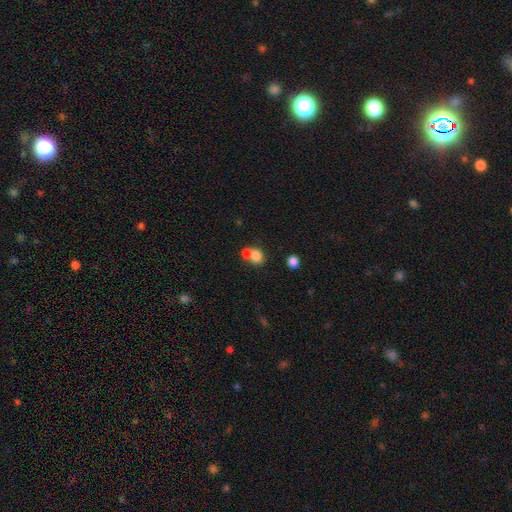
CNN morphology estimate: smooth-or-featured: smooth: 77% | featured or disk: 12% | star or artifact: 11%
  how-rounded: round: 66% | in between: 33% | cigar-shaped: 1%
  merging: merger: 55% | none: 35% | minor disturbance: 7% | major disturbance: 4%